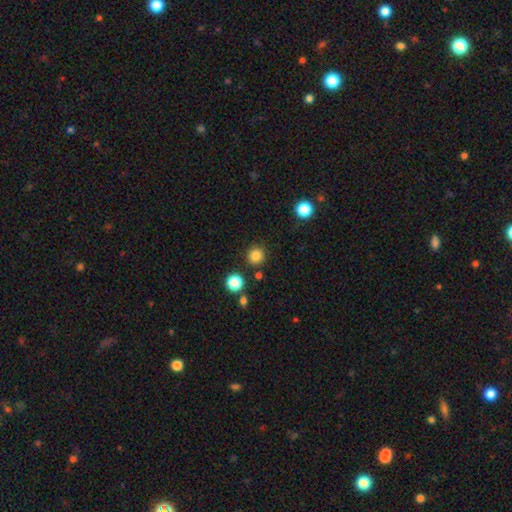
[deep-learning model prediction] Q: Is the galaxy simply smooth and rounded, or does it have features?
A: smooth — 84%.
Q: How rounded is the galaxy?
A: round — 94%.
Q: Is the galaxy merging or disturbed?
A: none — 89%.